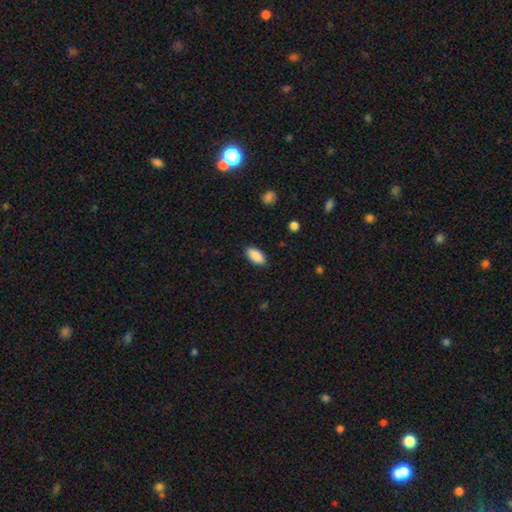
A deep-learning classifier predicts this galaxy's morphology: The model was most divided on "merging": none: 88%, minor disturbance: 9%, major disturbance: 2%, merger: 1%. More confident: how rounded — in between (93%); smooth or featured — smooth (90%).